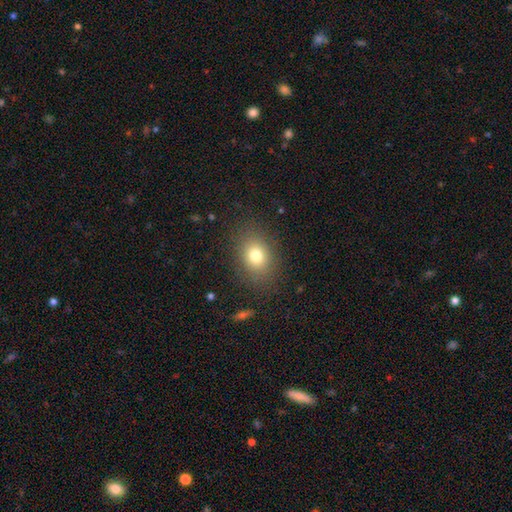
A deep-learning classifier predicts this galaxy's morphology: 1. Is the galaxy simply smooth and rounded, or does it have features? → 77% smooth, 12% star or artifact, 11% featured or disk.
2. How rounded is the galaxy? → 59% in between, 40% round, 1% cigar-shaped.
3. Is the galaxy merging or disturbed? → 84% none, 10% minor disturbance, 5% major disturbance, 1% merger.